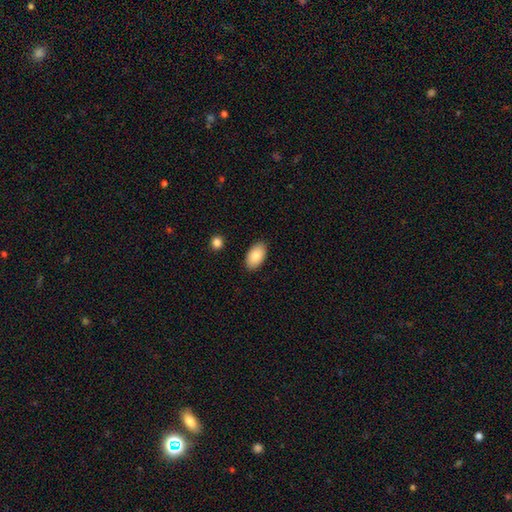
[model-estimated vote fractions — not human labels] Morphology: type=smooth (86%); roundness=in between (95%); merging=none (88%).